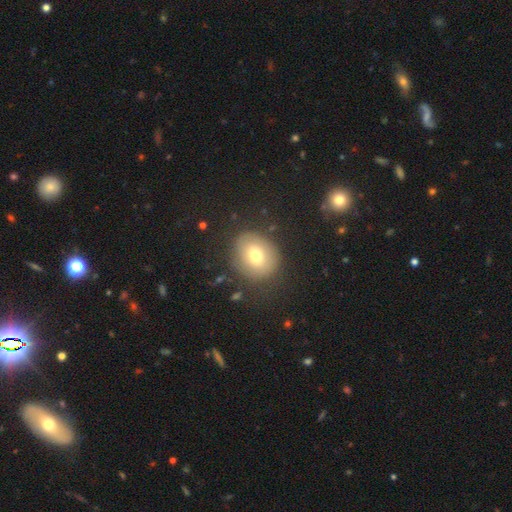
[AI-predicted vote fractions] smooth 66%, featured or disk 23%, star or artifact 11%. Down the decision tree: how rounded — round (56%); merging — none (79%).